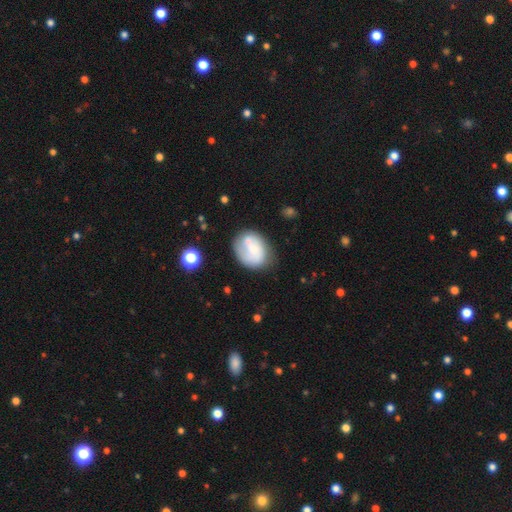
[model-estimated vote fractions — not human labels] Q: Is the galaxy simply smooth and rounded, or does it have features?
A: smooth — 53%.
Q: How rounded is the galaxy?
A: in between — 54%.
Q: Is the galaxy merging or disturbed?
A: none — 51%.